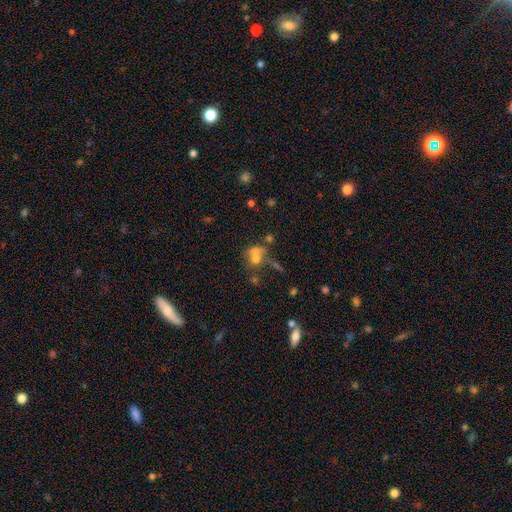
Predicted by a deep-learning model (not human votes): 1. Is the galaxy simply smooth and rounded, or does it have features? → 58% smooth, 23% featured or disk, 19% star or artifact.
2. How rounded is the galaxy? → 63% round, 34% in between, 2% cigar-shaped.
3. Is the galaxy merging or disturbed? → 49% merger, 31% none, 10% major disturbance, 9% minor disturbance.